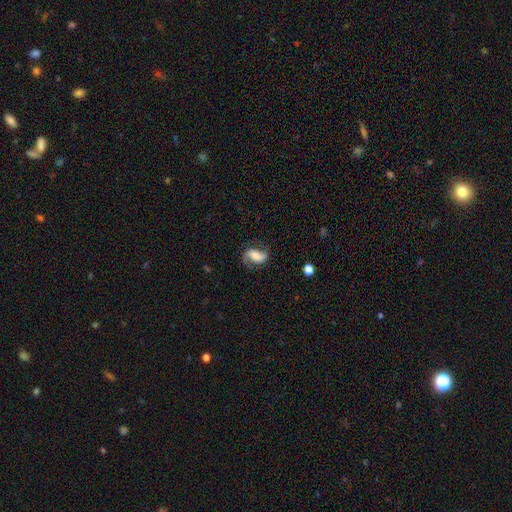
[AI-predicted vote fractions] This appears to be a featured or disk galaxy (68%) with a weak bar (35%), 2 (87%) loose (46%) spiral arms (92%) and a moderate central bulge (40%). Merging: none (70%).